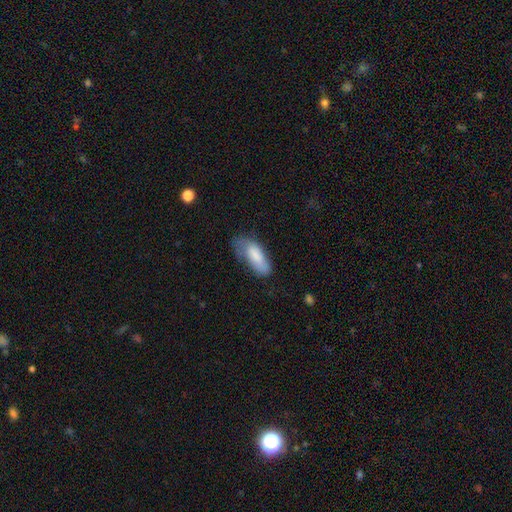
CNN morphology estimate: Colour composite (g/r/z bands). It shows a smooth galaxy with no disk features (77%) that is in between round and cigar-shaped (76%). Merging: none (46%).